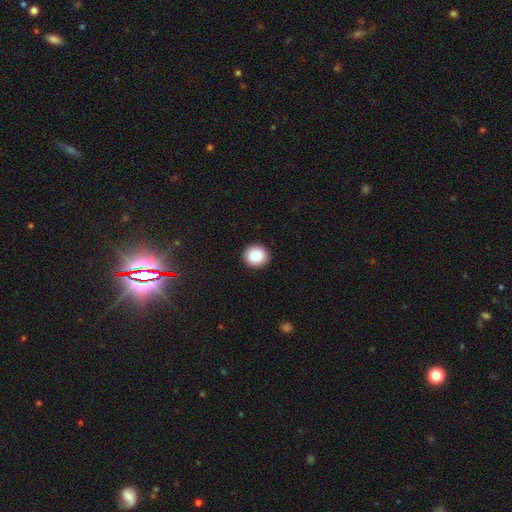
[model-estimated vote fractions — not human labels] A smooth galaxy with no disk features (89%) that is round (87%).

Vote fractions:
- Smooth or featured? smooth: 89% / star or artifact: 8% / featured or disk: 3%
- How rounded? round: 87% / in between: 12% / cigar-shaped: 1%
- Merging? none: 91% / minor disturbance: 6% / major disturbance: 2% / merger: 1%